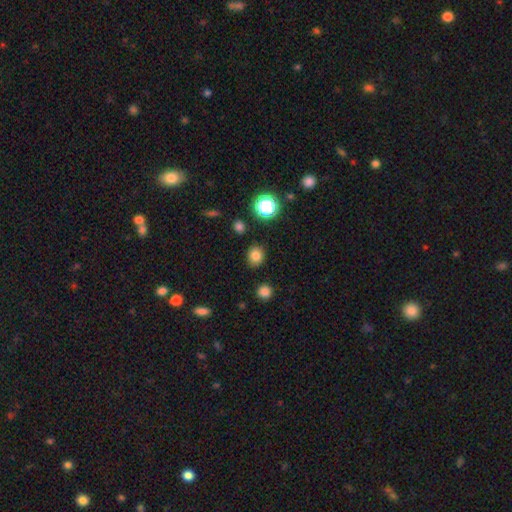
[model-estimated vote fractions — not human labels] This appears to be a smooth galaxy with no disk features (81%) that is round (72%). Merging: none (87%).